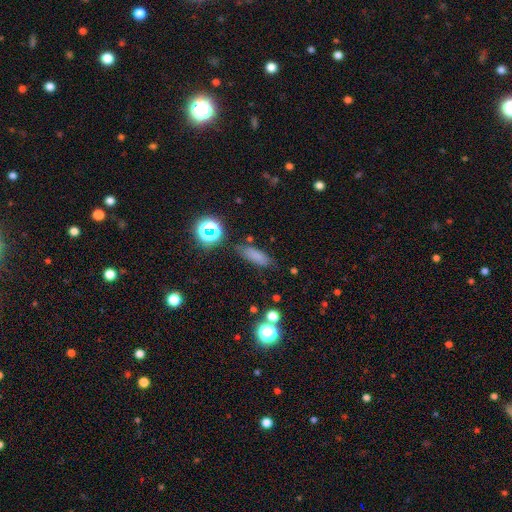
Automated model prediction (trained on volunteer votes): This appears to be a smooth galaxy with no disk features (72%) that is in between round and cigar-shaped (54%). Merging: none (76%).